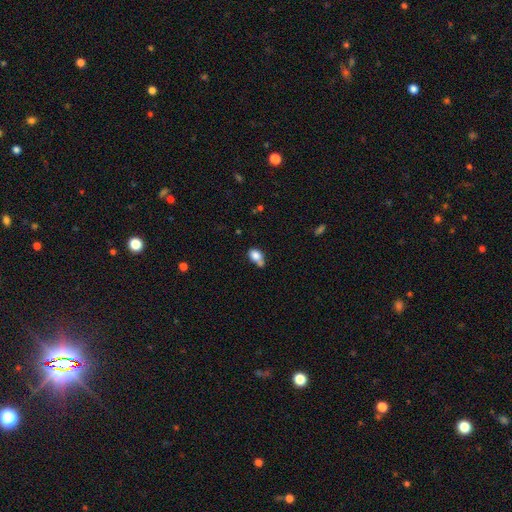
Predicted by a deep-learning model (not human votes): Morphology: type=smooth (80%); roundness=in between (79%); merging=none (38%).